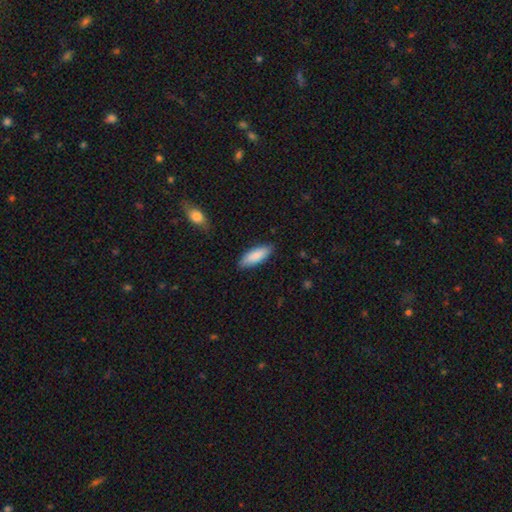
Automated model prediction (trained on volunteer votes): This is clearly a smooth galaxy (87%). How rounded: likely in between (66%). Merging: clearly none (85%).